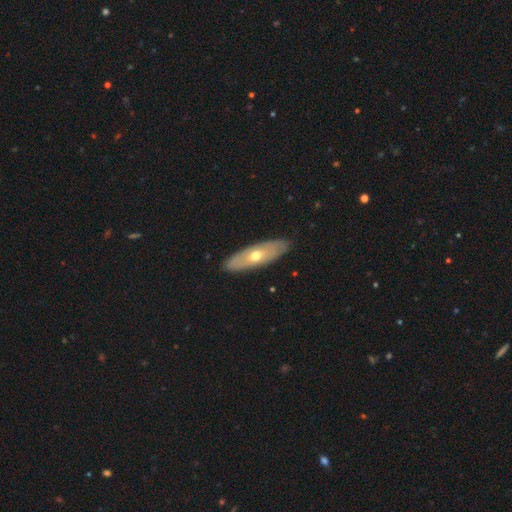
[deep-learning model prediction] This appears to be a featured or disk galaxy (50%). Merging: none (89%).